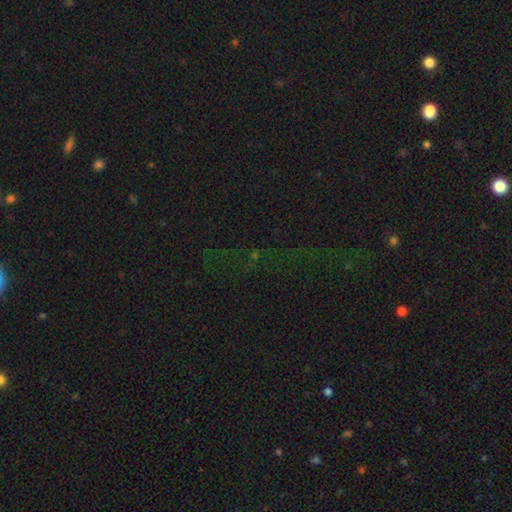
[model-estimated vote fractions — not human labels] Smooth or featured: star or artifact — 81% (smooth — 11%)